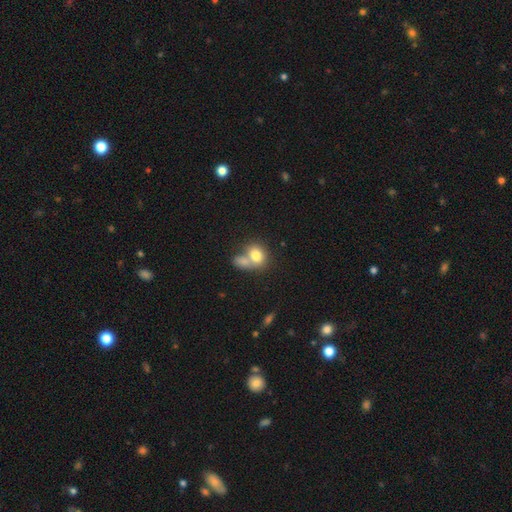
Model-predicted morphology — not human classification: Smooth or featured? smooth (79%)
How rounded? in between (57%)
Merging? merger (53%)